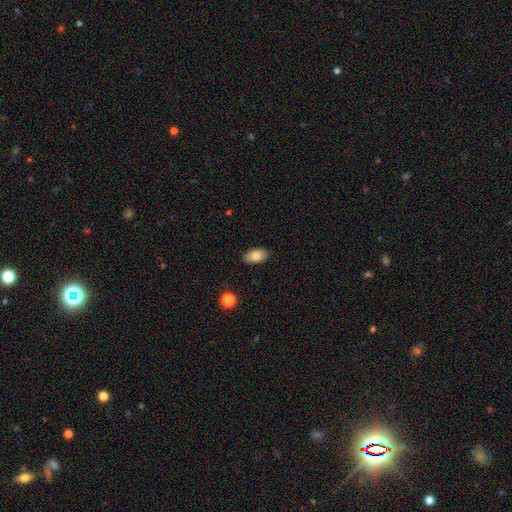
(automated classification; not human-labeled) Morphology: type=smooth (81%); roundness=in between (93%); merging=none (87%).